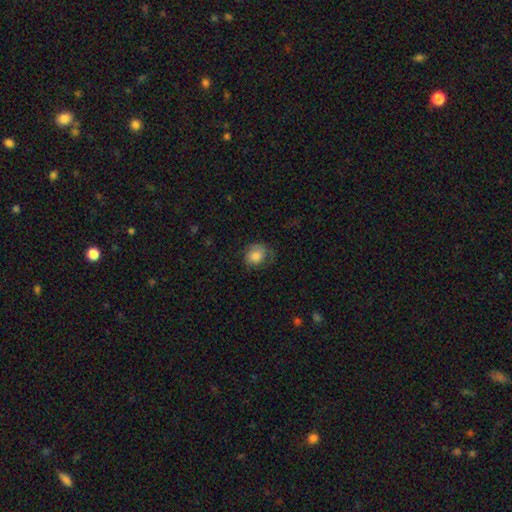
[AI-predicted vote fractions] smooth 81%, featured or disk 11%, star or artifact 8%. Down the decision tree: how rounded — round (73%); merging — none (57%).